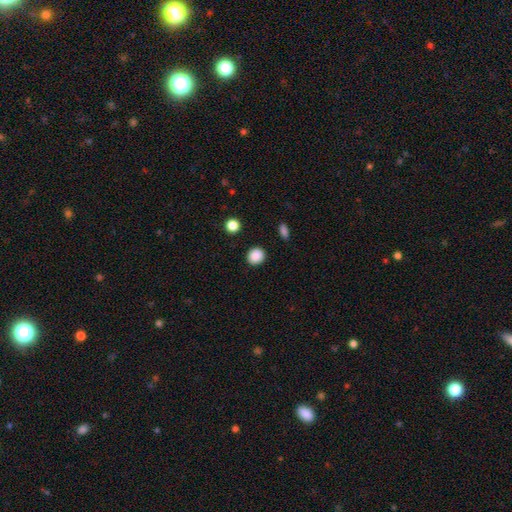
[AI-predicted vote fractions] The model was most divided on "how rounded": round: 82%, in between: 17%, cigar-shaped: 1%. More confident: merging — none (90%); smooth or featured — smooth (87%).